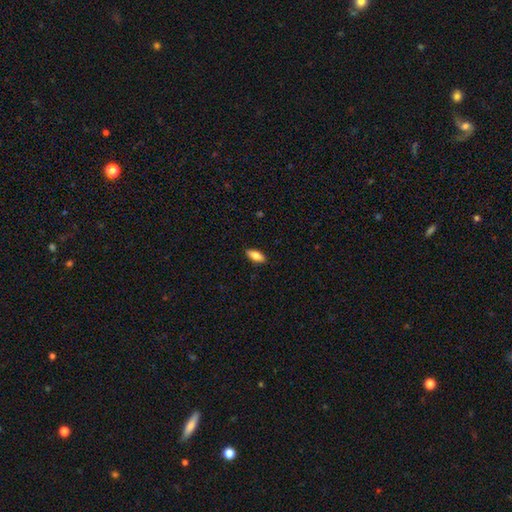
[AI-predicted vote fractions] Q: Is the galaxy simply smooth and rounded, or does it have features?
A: smooth — 76%.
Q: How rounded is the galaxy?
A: in between — 75%.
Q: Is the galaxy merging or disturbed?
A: none — 88%.